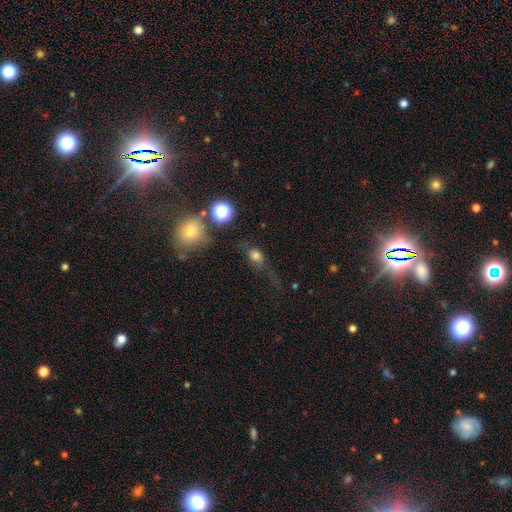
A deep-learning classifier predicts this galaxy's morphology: The model was most divided on "merging": none: 44%, major disturbance: 27%, minor disturbance: 22%, merger: 7%. More confident: smooth or featured — smooth (69%); how rounded — in between (59%).